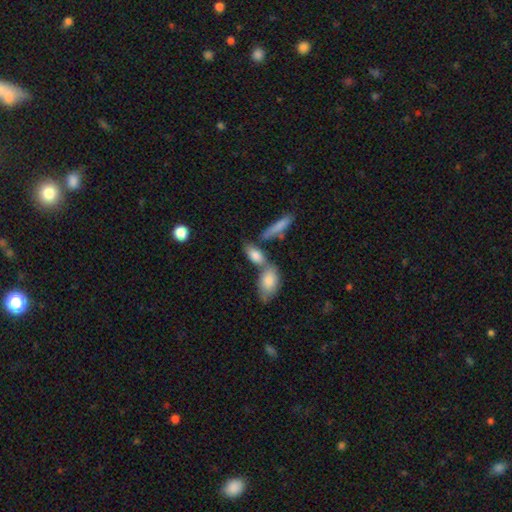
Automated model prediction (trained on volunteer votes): This appears to be a smooth galaxy with no disk features (78%) that is in between round and cigar-shaped (78%). Merging: none (43%).